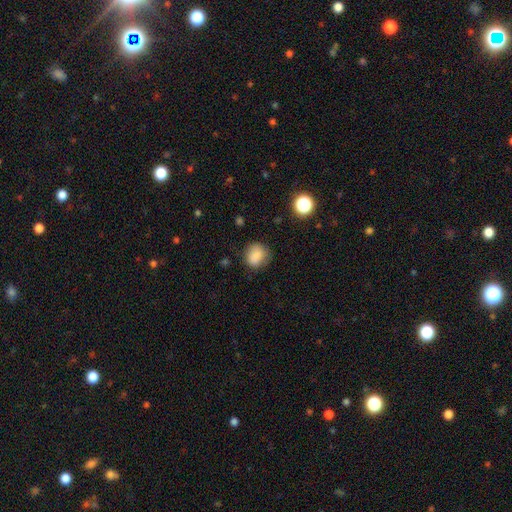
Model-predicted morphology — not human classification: Smooth or featured? Predicted: smooth (p=0.84). How rounded? Predicted: round (p=0.66). Merging? Predicted: none (p=0.73).